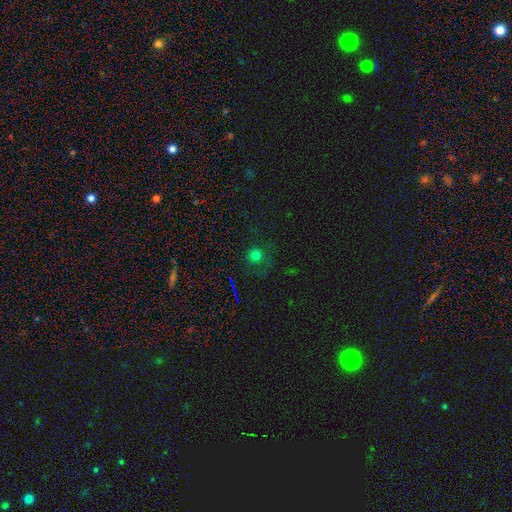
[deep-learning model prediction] Morphology: type=smooth (65%); roundness=round (91%); merging=none (75%).